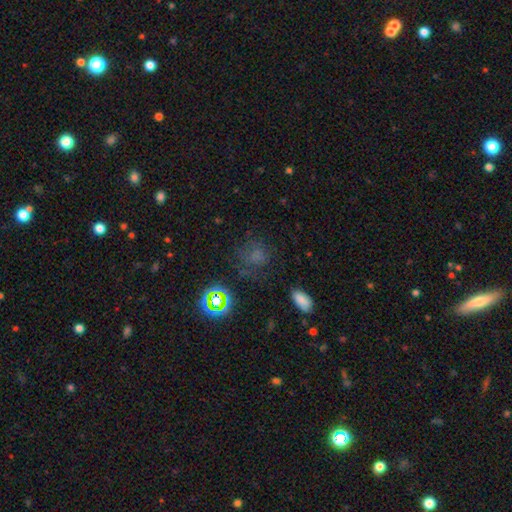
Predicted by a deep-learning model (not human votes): smooth 54%, star or artifact 31%, featured or disk 15%. Down the decision tree: how rounded — round (74%); merging — none (62%).